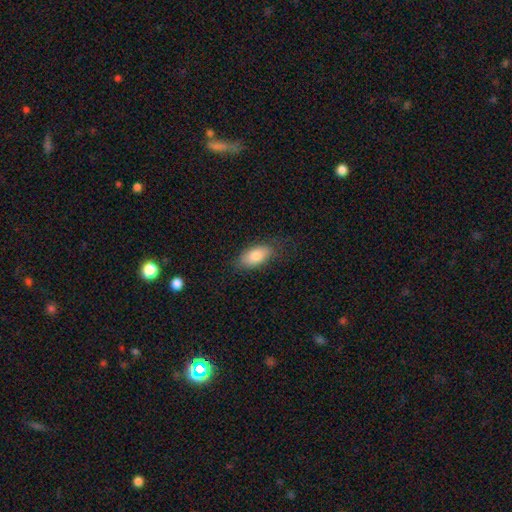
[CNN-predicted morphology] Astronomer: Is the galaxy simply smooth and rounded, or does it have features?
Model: smooth — 83%.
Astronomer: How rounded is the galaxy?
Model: in between — 90%.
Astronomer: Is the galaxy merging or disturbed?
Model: none — 76%.